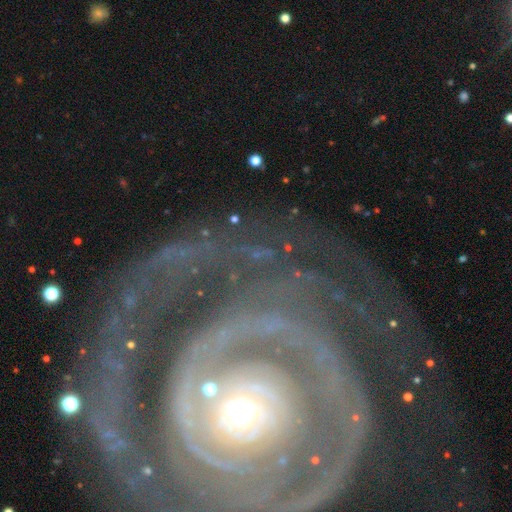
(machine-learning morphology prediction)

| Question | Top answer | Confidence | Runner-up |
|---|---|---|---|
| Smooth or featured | featured or disk | 85% | star or artifact (8%) |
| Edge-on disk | no | 96% | yes (4%) |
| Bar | no | 61% | weak (20%) |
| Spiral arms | yes | 91% | no (9%) |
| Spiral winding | tight | 72% | medium (20%) |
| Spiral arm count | can't tell | 27% | 2 (26%) |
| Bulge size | moderate | 46% | small (43%) |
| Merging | none | 61% | major disturbance (20%) |